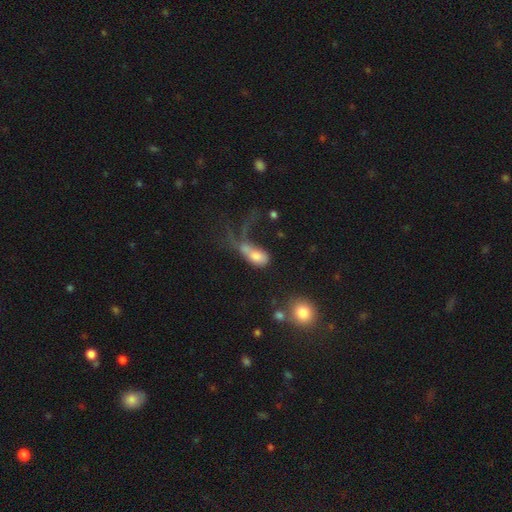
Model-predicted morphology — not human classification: The model was most divided on "merging": major disturbance: 48%, merger: 23%, none: 16%, minor disturbance: 12%. More confident: how rounded — in between (81%); smooth or featured — smooth (62%).